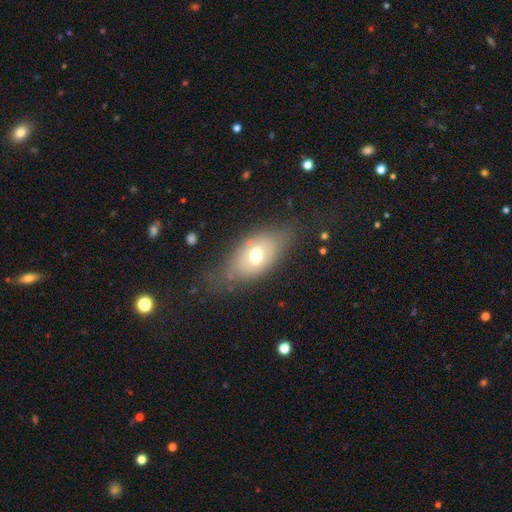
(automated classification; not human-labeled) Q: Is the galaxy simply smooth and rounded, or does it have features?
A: smooth — 62%.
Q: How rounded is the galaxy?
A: in between — 84%.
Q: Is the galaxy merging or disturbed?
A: none — 65%.